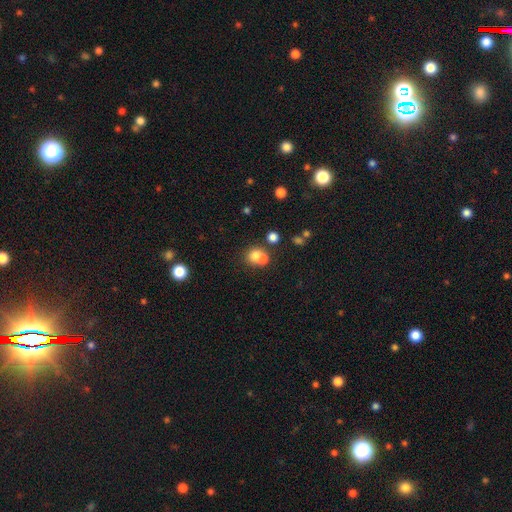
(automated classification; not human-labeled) This appears to be a smooth galaxy with no disk features (71%) that is round (77%). Merging: merger (53%).